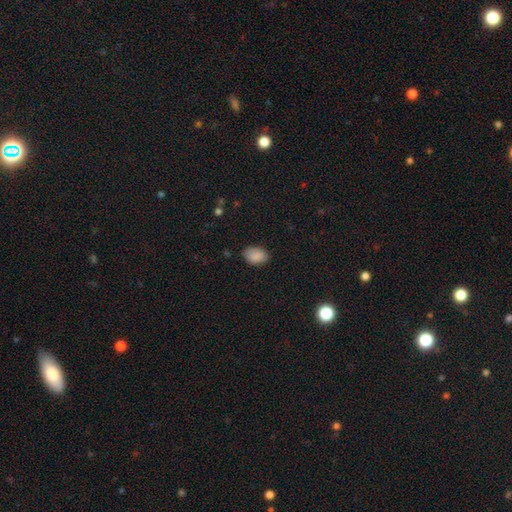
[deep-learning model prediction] This appears to be a smooth galaxy with no disk features (88%) that is in between round and cigar-shaped (84%). Merging: none (82%).